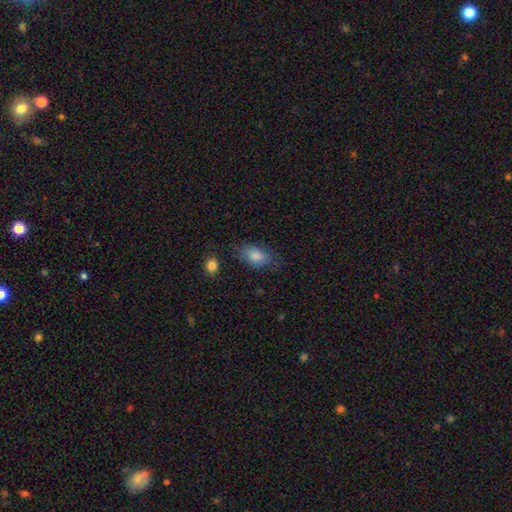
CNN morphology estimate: Smooth or featured: smooth — 82% (featured or disk — 10%)
How rounded: in between — 89% (round — 8%)
Merging: none — 71% (minor disturbance — 20%)